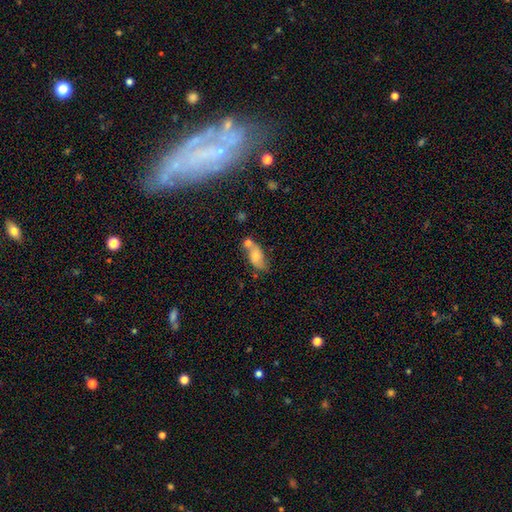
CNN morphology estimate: Smooth or featured?
  - smooth: 66% *
  - featured or disk: 25%
  - star or artifact: 8%
How rounded?
  - in between: 85% *
  - cigar-shaped: 8%
  - round: 7%
Merging?
  - none: 44% *
  - merger: 31%
  - minor disturbance: 19%
  - major disturbance: 7%